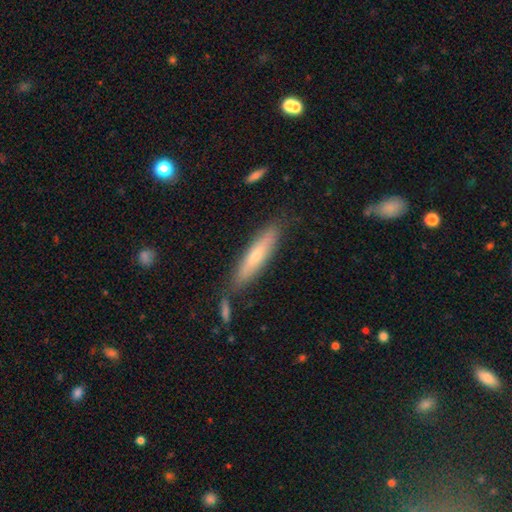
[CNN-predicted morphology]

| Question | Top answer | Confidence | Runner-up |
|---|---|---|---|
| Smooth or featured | smooth | 56% | featured or disk (37%) |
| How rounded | cigar-shaped | 84% | in between (15%) |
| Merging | none | 78% | minor disturbance (14%) |